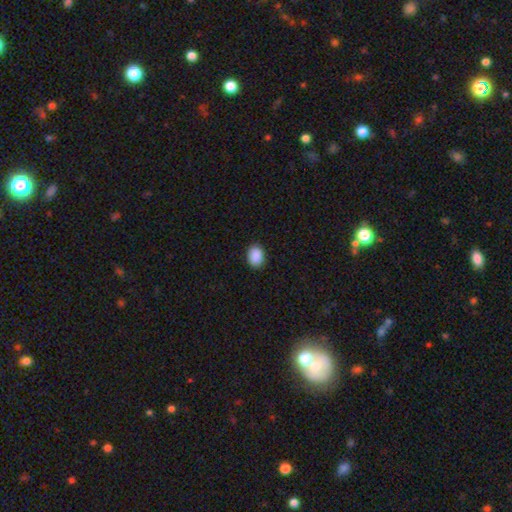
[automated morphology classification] type=smooth (91%); roundness=in between (70%); merging=none (90%).